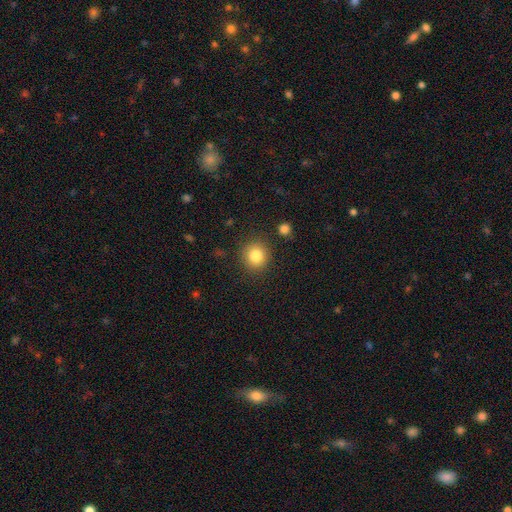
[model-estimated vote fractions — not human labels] Smooth or featured: smooth — 83% (star or artifact — 11%)
How rounded: round — 89% (in between — 10%)
Merging: none — 88% (minor disturbance — 7%)